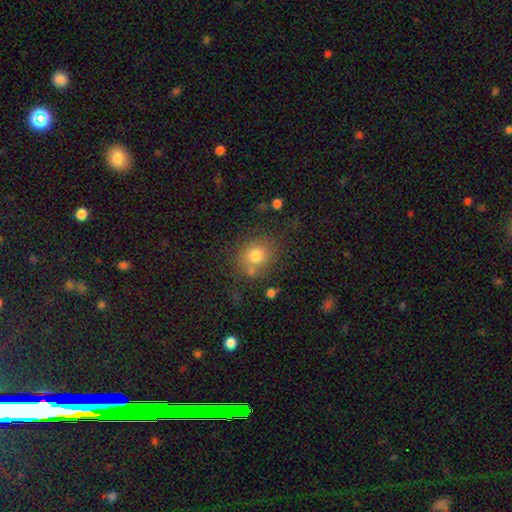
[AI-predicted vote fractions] A smooth galaxy with no disk features (78%) that is round (76%). Merging: none (72%).